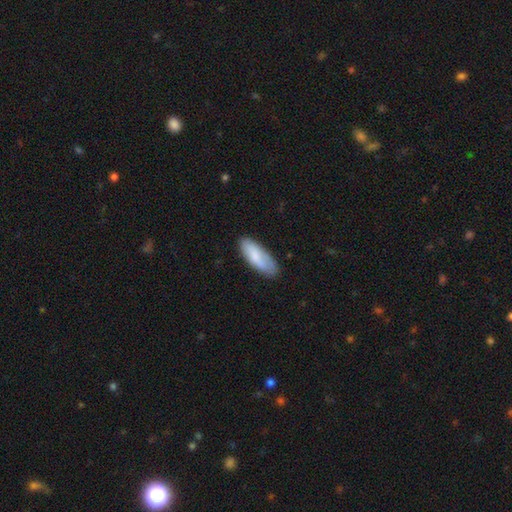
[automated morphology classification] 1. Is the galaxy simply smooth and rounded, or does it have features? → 77% smooth, 17% featured or disk, 6% star or artifact.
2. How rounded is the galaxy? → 70% in between, 28% cigar-shaped, 2% round.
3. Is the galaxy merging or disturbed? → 78% none, 17% minor disturbance, 3% major disturbance, 1% merger.